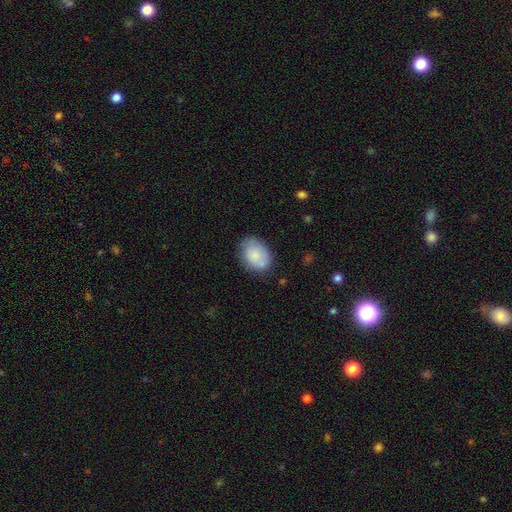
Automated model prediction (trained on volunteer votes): Overall: smooth (80%). How rounded: in between (79%). Merging: none (70%).